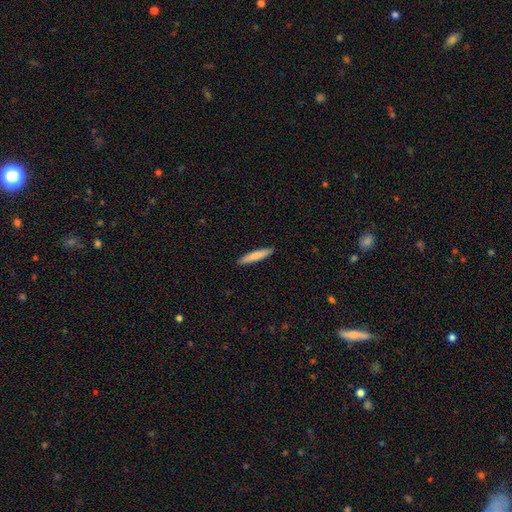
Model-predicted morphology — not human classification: Overall: smooth (81%). How rounded: cigar-shaped (91%). Merging: none (91%).